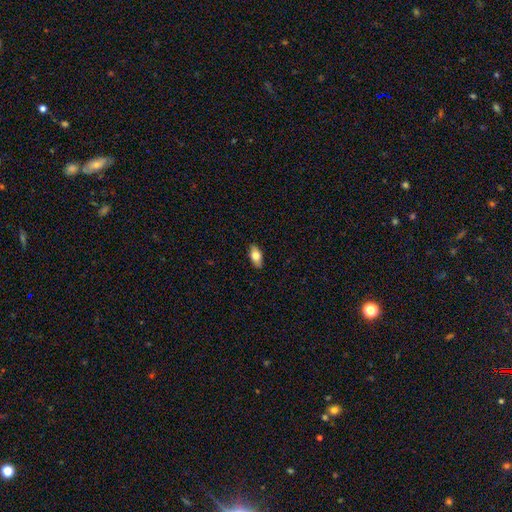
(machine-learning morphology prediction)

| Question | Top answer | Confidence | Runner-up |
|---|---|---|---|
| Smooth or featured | smooth | 71% | featured or disk (23%) |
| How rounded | in between | 86% | cigar-shaped (10%) |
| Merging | none | 88% | minor disturbance (9%) |